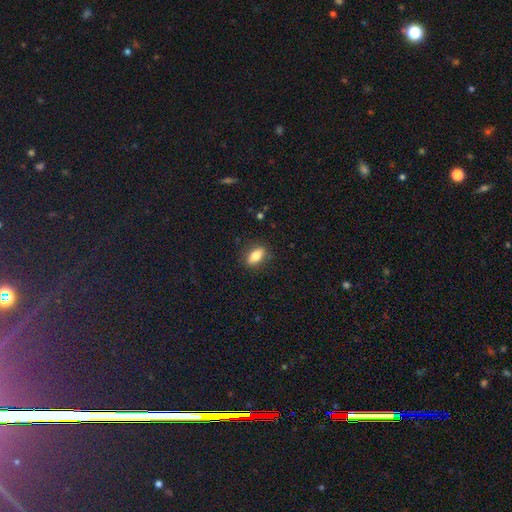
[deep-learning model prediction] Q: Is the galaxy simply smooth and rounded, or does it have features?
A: smooth — 79%.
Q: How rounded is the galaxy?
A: in between — 82%.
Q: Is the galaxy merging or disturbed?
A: none — 85%.